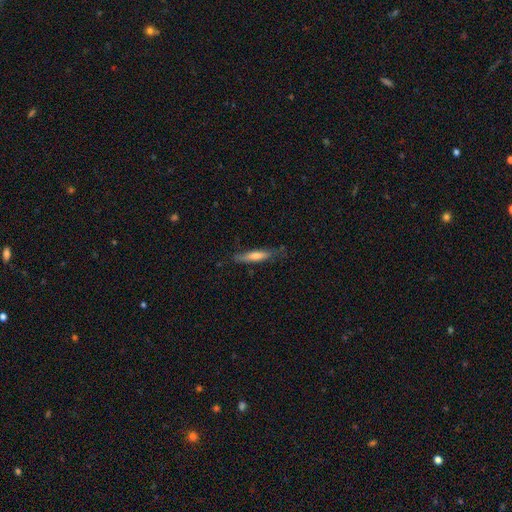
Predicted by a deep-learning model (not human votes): Q: Smooth or featured?
A: smooth (50%); runner-up: featured or disk (43%)
Q: How rounded?
A: cigar-shaped (87%); runner-up: in between (11%)
Q: Merging?
A: none (76%); runner-up: minor disturbance (19%)